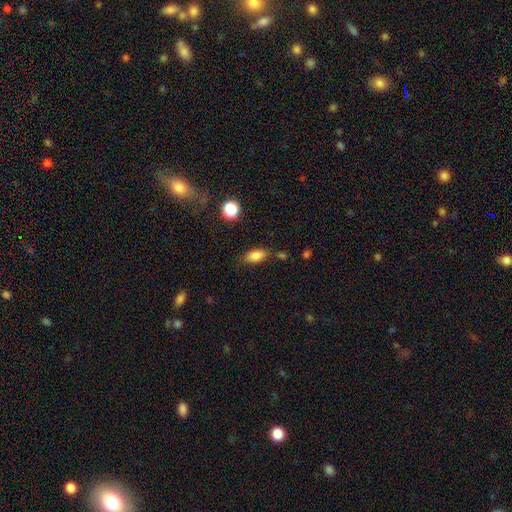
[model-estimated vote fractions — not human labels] Smooth or featured: smooth — 83% (star or artifact — 10%)
How rounded: in between — 86% (cigar-shaped — 8%)
Merging: none — 70% (minor disturbance — 19%)